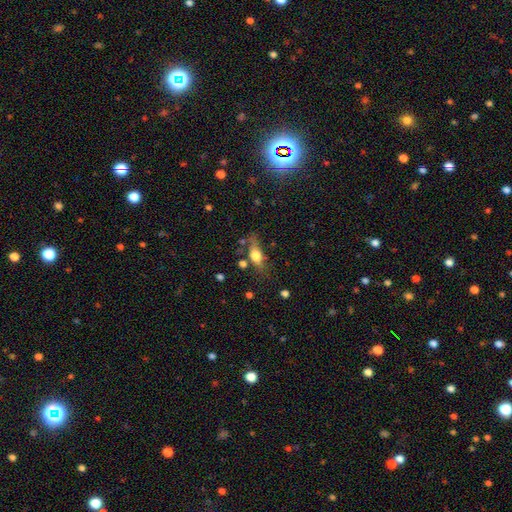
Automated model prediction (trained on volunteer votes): The model was most divided on "merging": none: 57%, minor disturbance: 24%, major disturbance: 11%, merger: 8%. More confident: how rounded — in between (67%); smooth or featured — smooth (64%).